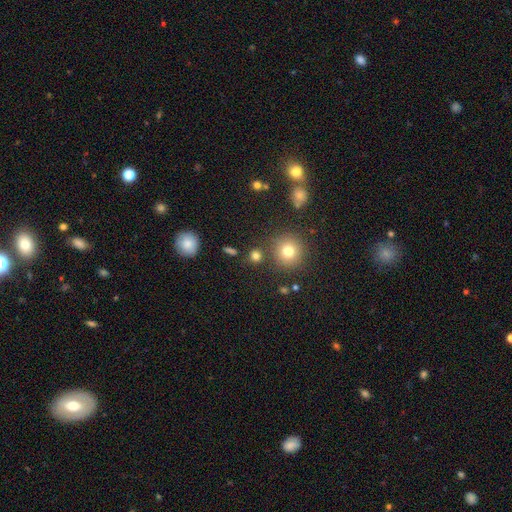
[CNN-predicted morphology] smooth_or_featured: smooth (p=0.76) [alt: star or artifact p=0.17]
how_rounded: round (p=0.86) [alt: in between p=0.12]
merging: none (p=0.81) [alt: minor disturbance p=0.08]